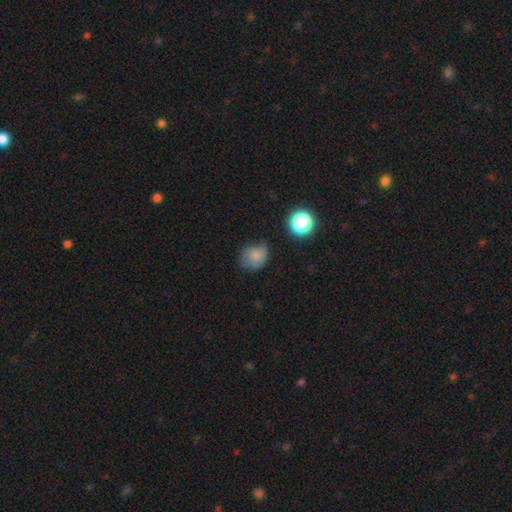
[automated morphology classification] This is likely a smooth galaxy (75%). How rounded: possibly round (60%). Merging: possibly none (50%).